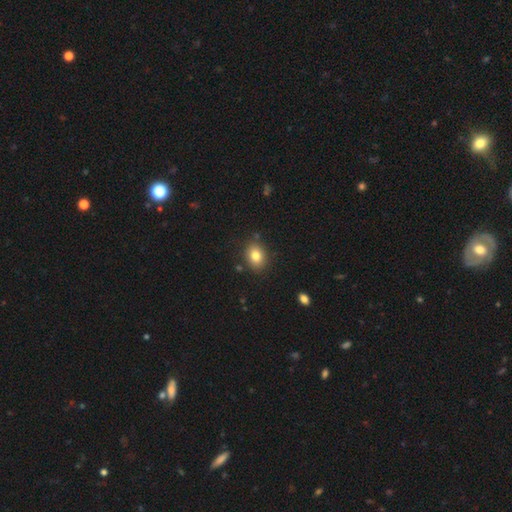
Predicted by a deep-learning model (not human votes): Smooth or featured?
  - smooth: 81% *
  - star or artifact: 10%
  - featured or disk: 9%
How rounded?
  - in between: 60% *
  - round: 39%
  - cigar-shaped: 1%
Merging?
  - none: 85% *
  - minor disturbance: 10%
  - major disturbance: 3%
  - merger: 2%